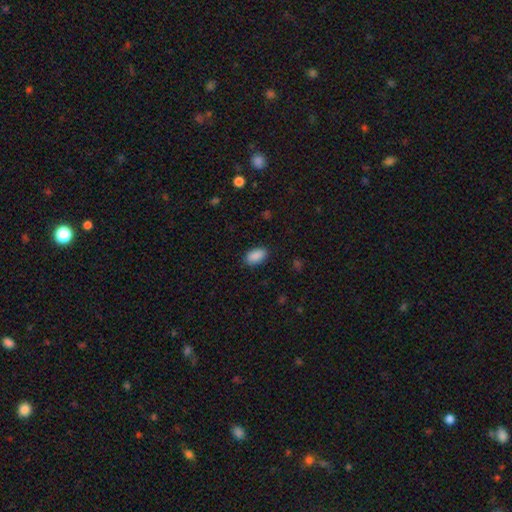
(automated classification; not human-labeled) A smooth galaxy with no disk features (90%) that is in between round and cigar-shaped (94%).

Vote fractions:
- Smooth or featured? smooth: 90% / star or artifact: 7% / featured or disk: 3%
- How rounded? in between: 94% / round: 4% / cigar-shaped: 2%
- Merging? none: 88% / minor disturbance: 9% / major disturbance: 2% / merger: 1%